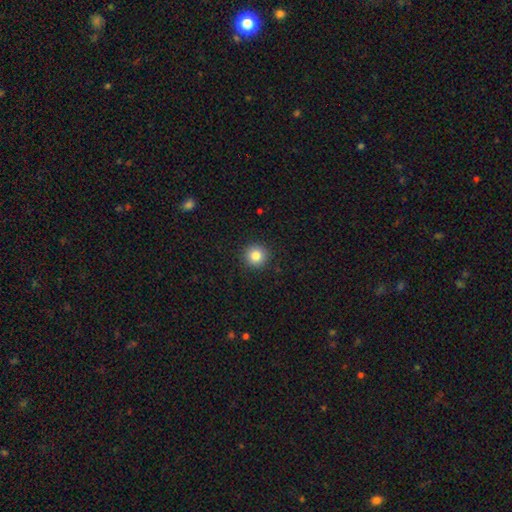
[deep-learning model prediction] Smooth or featured: smooth — 84% (star or artifact — 11%)
How rounded: round — 95% (in between — 4%)
Merging: none — 92% (minor disturbance — 5%)